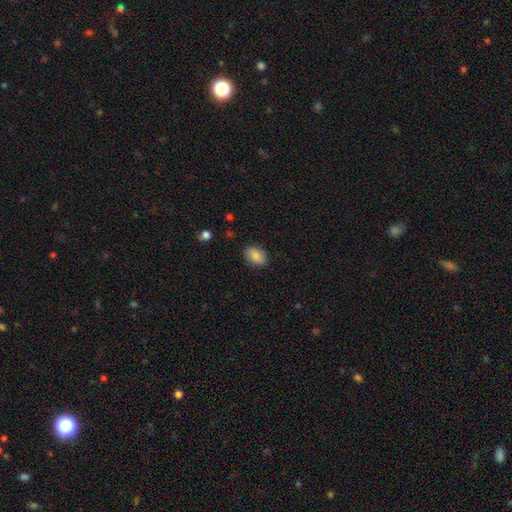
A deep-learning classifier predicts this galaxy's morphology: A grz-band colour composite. It shows a smooth galaxy with no disk features (85%) that is in between round and cigar-shaped (82%). Merging: none (87%).